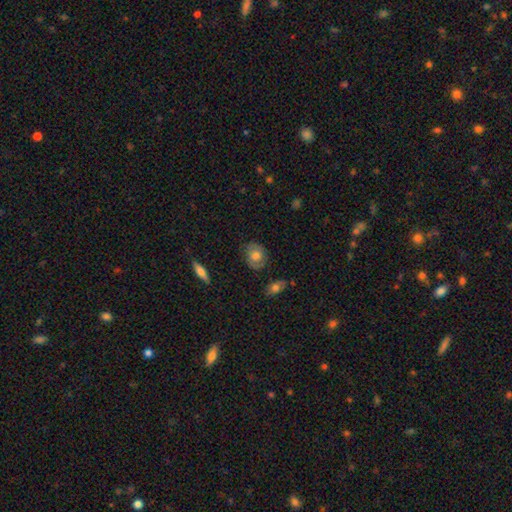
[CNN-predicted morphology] smooth_or_featured: smooth (p=0.62) [alt: featured or disk p=0.30]
how_rounded: round (p=0.53) [alt: in between p=0.45]
merging: none (p=0.77) [alt: minor disturbance p=0.17]